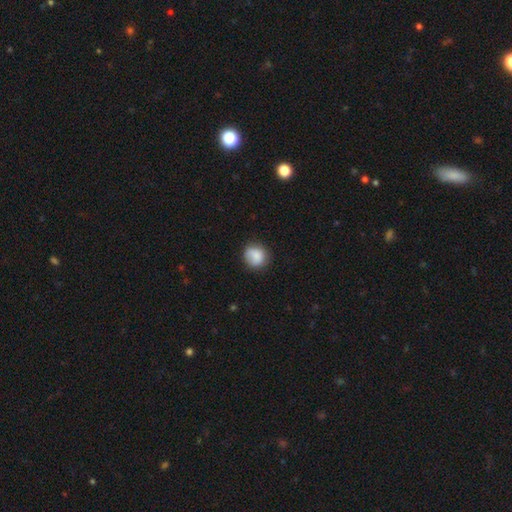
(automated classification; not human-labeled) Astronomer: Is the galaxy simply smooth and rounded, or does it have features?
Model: smooth — 84%.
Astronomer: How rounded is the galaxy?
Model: round — 83%.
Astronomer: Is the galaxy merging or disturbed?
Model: none — 75%.